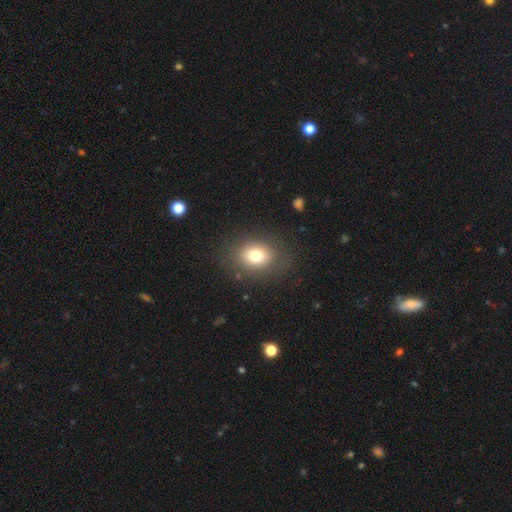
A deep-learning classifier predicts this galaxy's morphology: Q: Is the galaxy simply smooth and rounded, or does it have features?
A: smooth — 77%.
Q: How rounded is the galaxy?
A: round — 52%.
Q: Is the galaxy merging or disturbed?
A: none — 83%.